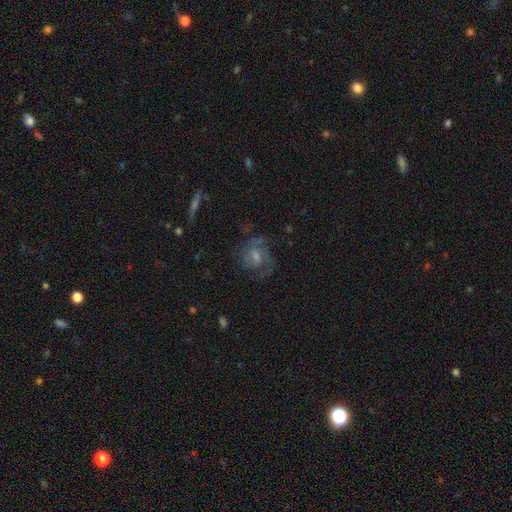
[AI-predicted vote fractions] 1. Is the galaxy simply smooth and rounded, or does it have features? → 66% featured or disk, 18% smooth, 16% star or artifact.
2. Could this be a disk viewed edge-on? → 96% no, 4% yes.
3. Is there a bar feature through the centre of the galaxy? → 45% no, 44% weak, 11% strong.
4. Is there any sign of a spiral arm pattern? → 87% yes, 13% no.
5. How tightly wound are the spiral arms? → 44% medium, 43% tight, 13% loose.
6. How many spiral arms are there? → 41% 2, 32% can't tell, 13% 3, 6% 1, 4% 4, 3% more than 4.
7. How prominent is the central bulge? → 45% moderate, 38% small, 10% none, 6% large, 2% dominant.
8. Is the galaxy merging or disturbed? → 69% none, 17% minor disturbance, 13% major disturbance, 2% merger.